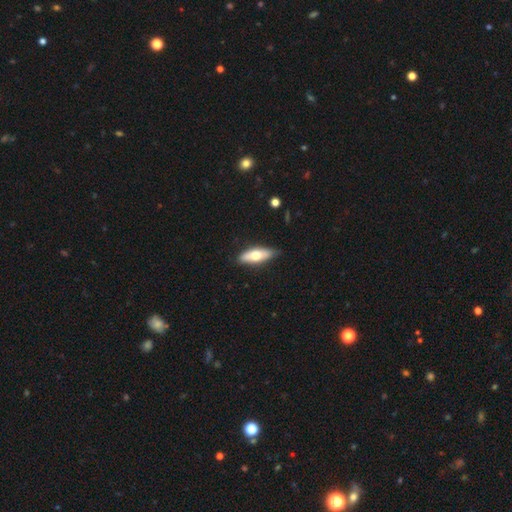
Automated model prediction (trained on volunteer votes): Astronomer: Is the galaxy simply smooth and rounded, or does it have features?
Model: smooth — 59% (runner-up: featured or disk, 36%).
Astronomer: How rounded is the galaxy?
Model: in between — 59% (runner-up: cigar-shaped, 39%).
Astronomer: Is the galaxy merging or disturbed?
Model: none — 83%.